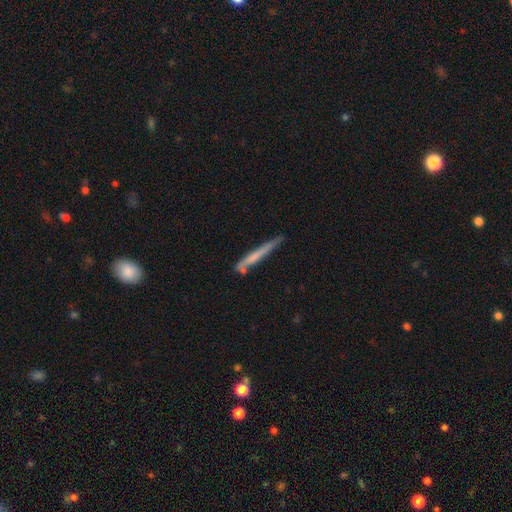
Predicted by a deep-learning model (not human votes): Smooth or featured: smooth — 55% (featured or disk — 39%)
How rounded: cigar-shaped — 96% (in between — 3%)
Merging: none — 62% (minor disturbance — 23%)